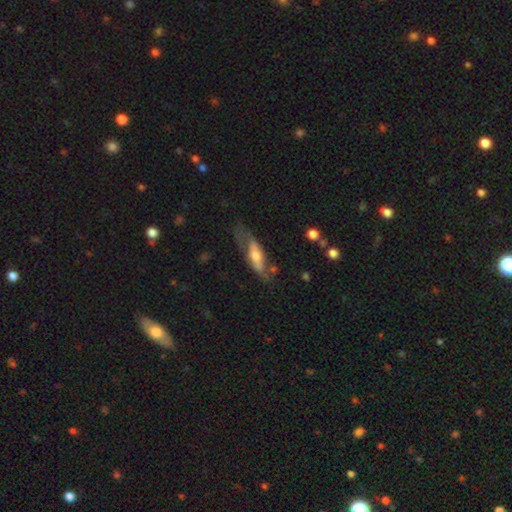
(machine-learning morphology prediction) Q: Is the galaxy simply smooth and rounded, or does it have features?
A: featured or disk — 54%.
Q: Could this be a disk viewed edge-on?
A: no — 56%.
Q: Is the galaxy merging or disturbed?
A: none — 43%.